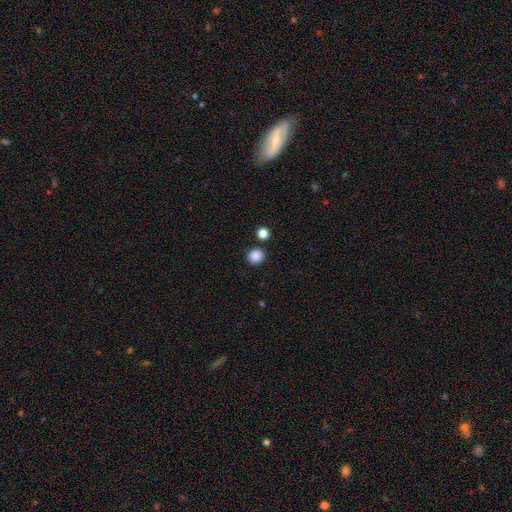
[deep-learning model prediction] This appears to be a smooth galaxy with no disk features (87%) that is round (90%). Merging: none (86%).